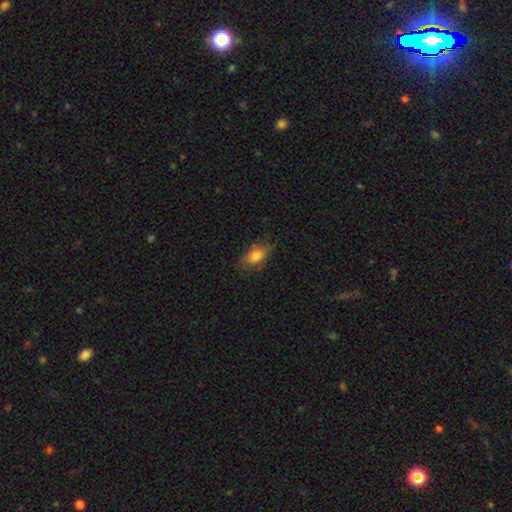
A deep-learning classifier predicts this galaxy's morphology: Smooth or featured?
  - smooth: 76% *
  - featured or disk: 16%
  - star or artifact: 8%
How rounded?
  - in between: 87% *
  - round: 9%
  - cigar-shaped: 4%
Merging?
  - none: 70% *
  - minor disturbance: 22%
  - major disturbance: 6%
  - merger: 1%